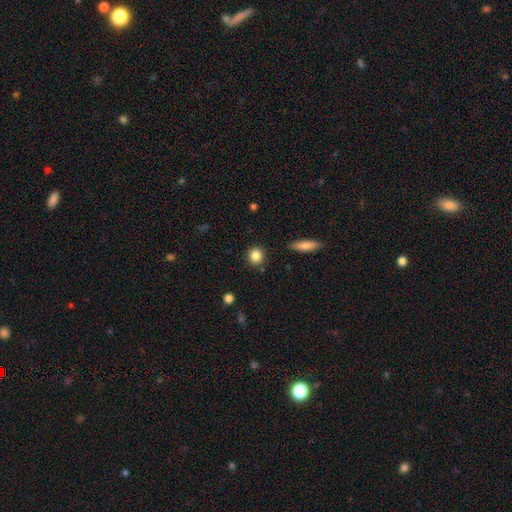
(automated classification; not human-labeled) smooth 85%, star or artifact 9%, featured or disk 6%. Down the decision tree: how rounded — round (87%); merging — none (88%).